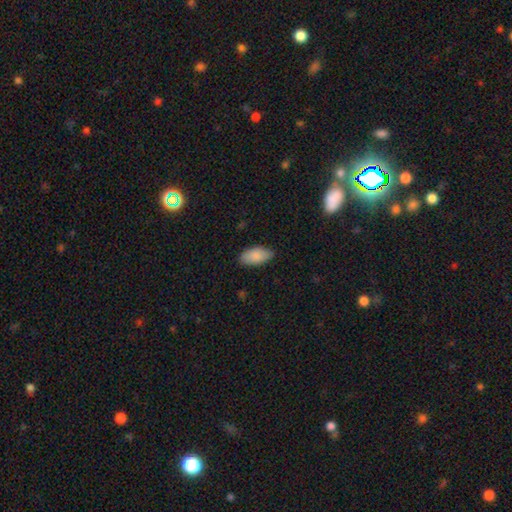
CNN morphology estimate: Smooth or featured?
  - smooth: 88% *
  - featured or disk: 6%
  - star or artifact: 6%
How rounded?
  - in between: 94% *
  - cigar-shaped: 4%
  - round: 2%
Merging?
  - none: 84% *
  - minor disturbance: 13%
  - major disturbance: 2%
  - merger: 1%